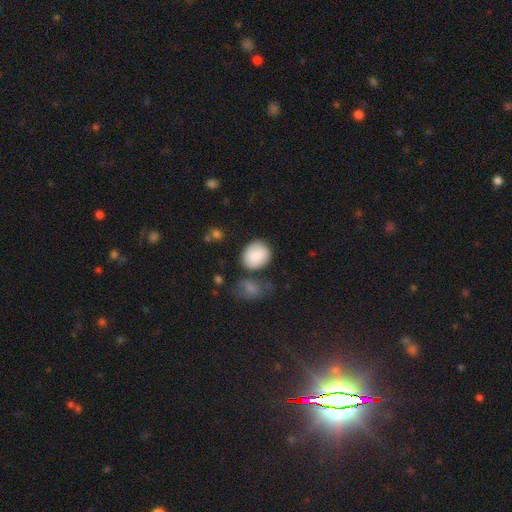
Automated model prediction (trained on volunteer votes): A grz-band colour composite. It shows a smooth galaxy with no disk features (84%) that is round (63%). Merging: none (66%).